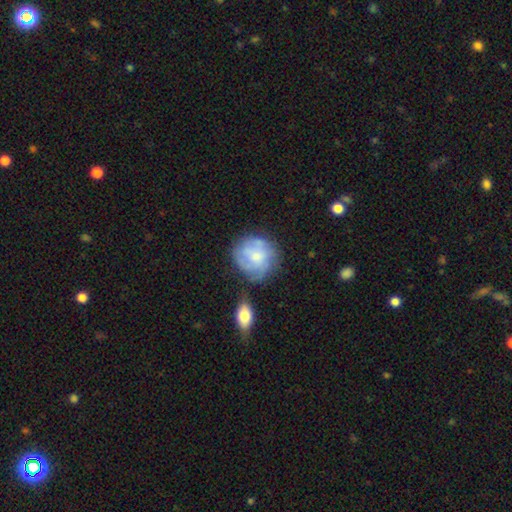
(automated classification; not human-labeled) Morphology: type=featured or disk (48%); merging=none (59%).